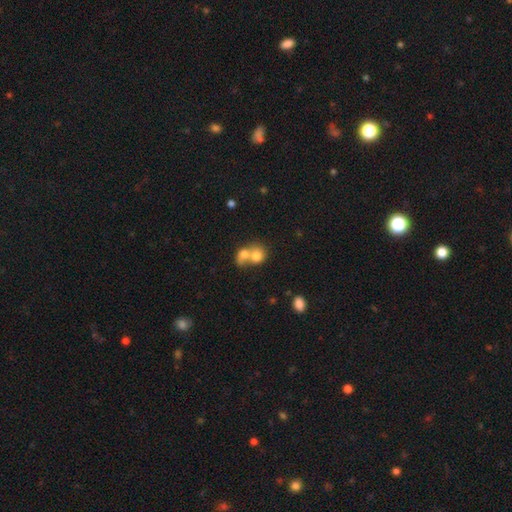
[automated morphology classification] Smooth or featured: smooth — 75% (featured or disk — 17%)
How rounded: round — 67% (in between — 32%)
Merging: merger — 74% (none — 18%)